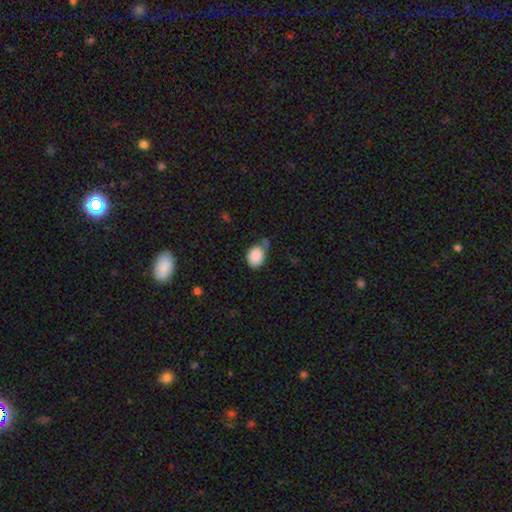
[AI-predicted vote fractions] This is clearly a smooth galaxy (88%). How rounded: likely in between (64%). Merging: possibly none (51%).